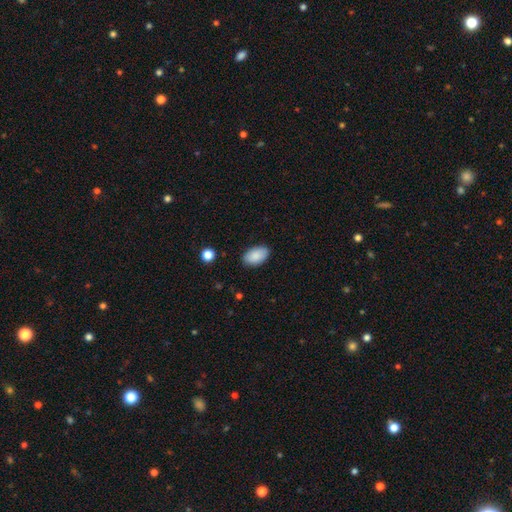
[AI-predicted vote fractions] This appears to be a smooth galaxy with no disk features (89%) that is in between round and cigar-shaped (94%). Merging: none (85%).